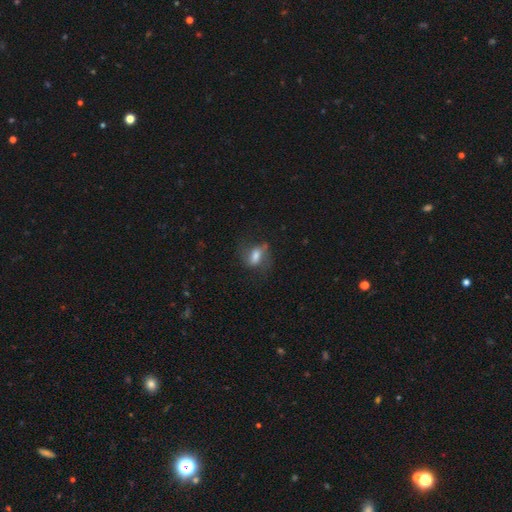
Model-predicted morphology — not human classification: type=smooth (58%); roundness=in between (77%); merging=none (57%).